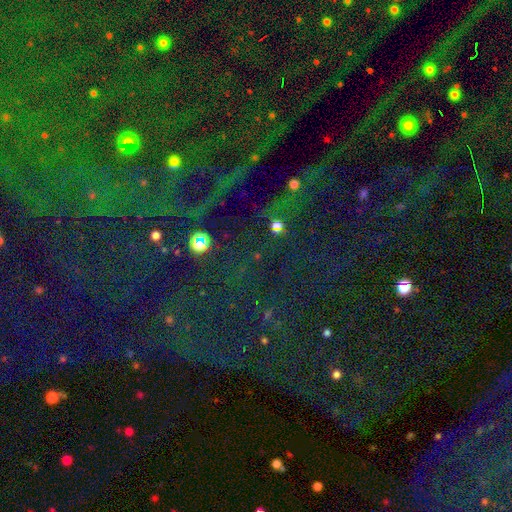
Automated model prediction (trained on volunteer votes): A star or artifact, not a galaxy (78%).